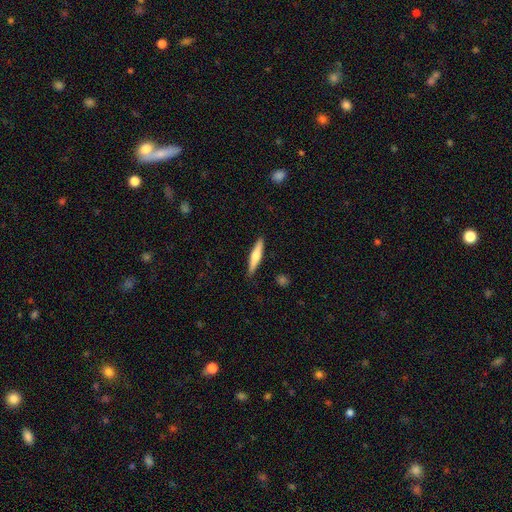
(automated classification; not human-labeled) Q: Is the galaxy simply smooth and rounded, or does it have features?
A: smooth — 54%.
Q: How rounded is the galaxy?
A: cigar-shaped — 87%.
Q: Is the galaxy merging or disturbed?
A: none — 89%.